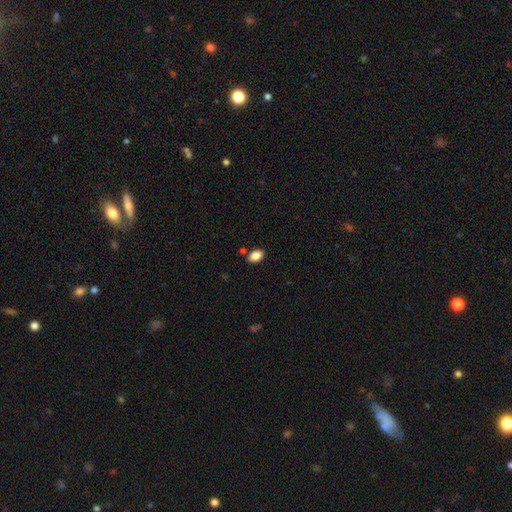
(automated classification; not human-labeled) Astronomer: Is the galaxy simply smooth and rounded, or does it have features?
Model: smooth — 87%.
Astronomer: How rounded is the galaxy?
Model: in between — 87%.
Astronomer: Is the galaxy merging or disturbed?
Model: none — 83%.